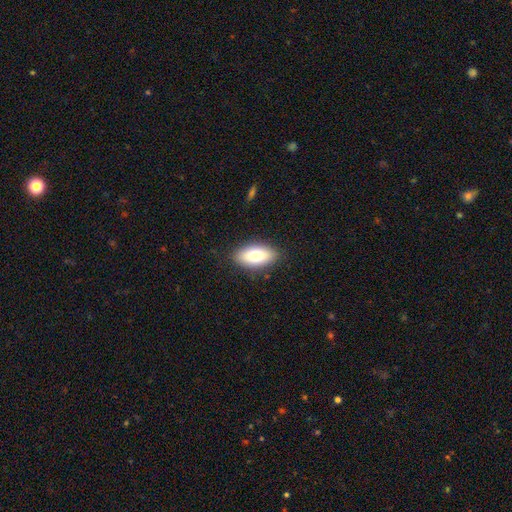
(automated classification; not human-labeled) A smooth galaxy with no disk features (79%) that is in between round and cigar-shaped (91%).

Vote fractions:
- Smooth or featured? smooth: 79% / featured or disk: 14% / star or artifact: 7%
- How rounded? in between: 91% / cigar-shaped: 6% / round: 3%
- Merging? none: 87% / minor disturbance: 10% / major disturbance: 3% / merger: 1%